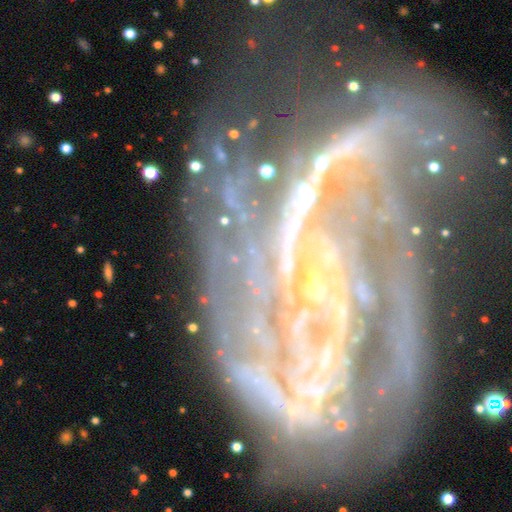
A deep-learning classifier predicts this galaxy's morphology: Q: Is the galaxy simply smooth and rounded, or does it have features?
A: featured or disk — 82%.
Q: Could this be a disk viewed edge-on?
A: no — 96%.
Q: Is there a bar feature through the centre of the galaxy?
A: no — 47%.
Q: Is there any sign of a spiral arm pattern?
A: yes — 90%.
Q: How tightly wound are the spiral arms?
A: tight — 45%.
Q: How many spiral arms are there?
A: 2 — 28%.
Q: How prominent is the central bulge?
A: small — 54%.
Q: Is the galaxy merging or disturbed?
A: none — 42%.